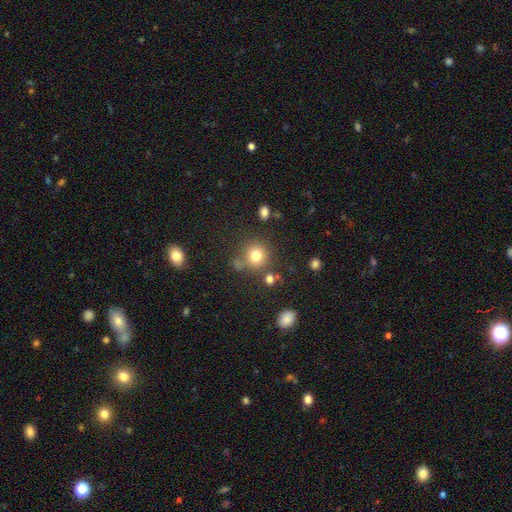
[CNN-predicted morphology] The model was most divided on "merging": none: 74%, minor disturbance: 11%, merger: 10%, major disturbance: 5%. More confident: how rounded — round (88%); smooth or featured — smooth (77%).